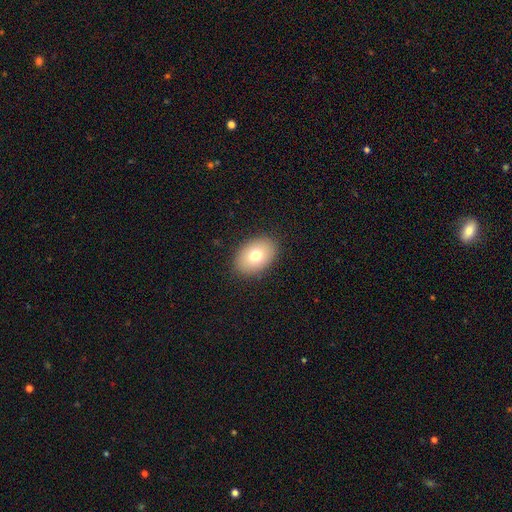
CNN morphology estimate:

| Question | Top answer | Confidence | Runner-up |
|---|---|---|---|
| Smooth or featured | smooth | 75% | featured or disk (16%) |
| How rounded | in between | 83% | round (16%) |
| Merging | none | 88% | minor disturbance (8%) |